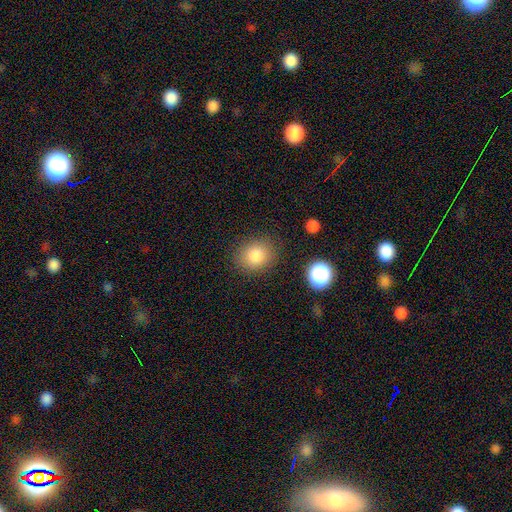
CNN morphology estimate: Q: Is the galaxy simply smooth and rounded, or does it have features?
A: smooth — 84%.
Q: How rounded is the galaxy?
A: round — 67%.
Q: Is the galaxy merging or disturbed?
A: none — 84%.